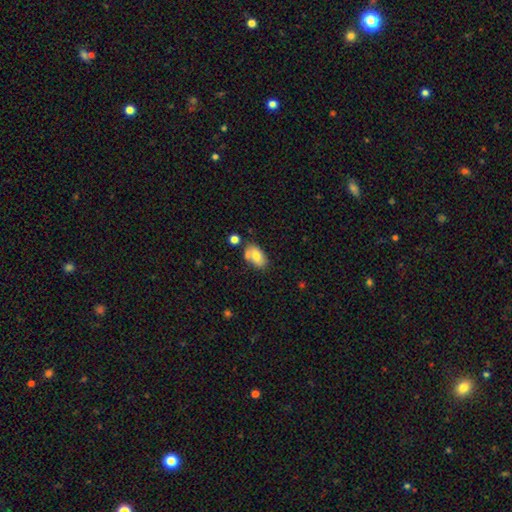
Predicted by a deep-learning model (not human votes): Smooth or featured?
  - smooth: 70% *
  - featured or disk: 23%
  - star or artifact: 8%
How rounded?
  - in between: 91% *
  - round: 8%
  - cigar-shaped: 2%
Merging?
  - none: 55% *
  - merger: 22%
  - minor disturbance: 18%
  - major disturbance: 5%